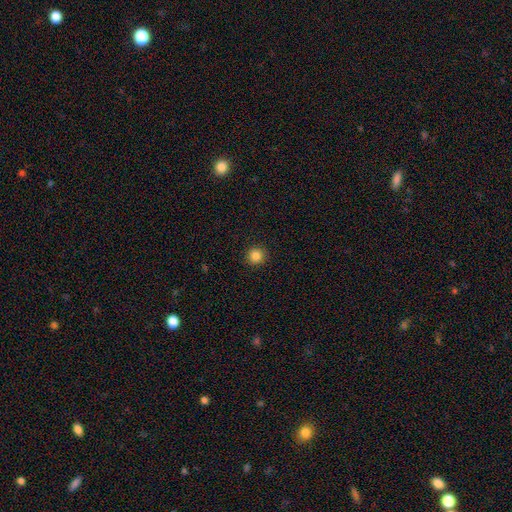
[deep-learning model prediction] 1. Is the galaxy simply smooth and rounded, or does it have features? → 85% smooth, 11% star or artifact, 4% featured or disk.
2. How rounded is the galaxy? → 94% round, 5% in between, 1% cigar-shaped.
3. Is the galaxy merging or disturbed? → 92% none, 5% minor disturbance, 2% major disturbance, 1% merger.